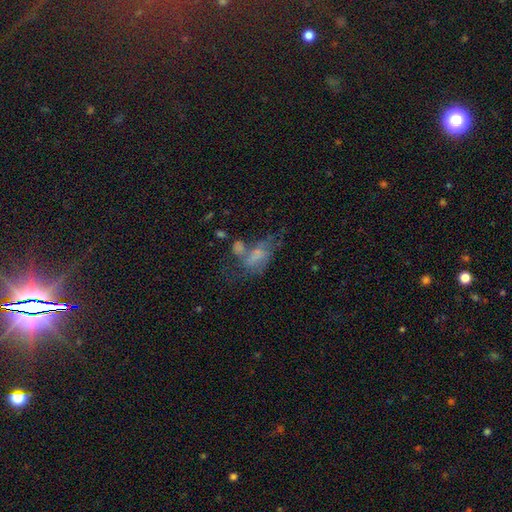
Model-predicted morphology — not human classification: Smooth or featured: smooth — 45% (featured or disk — 40%)
Merging: major disturbance — 31% (merger — 30%)